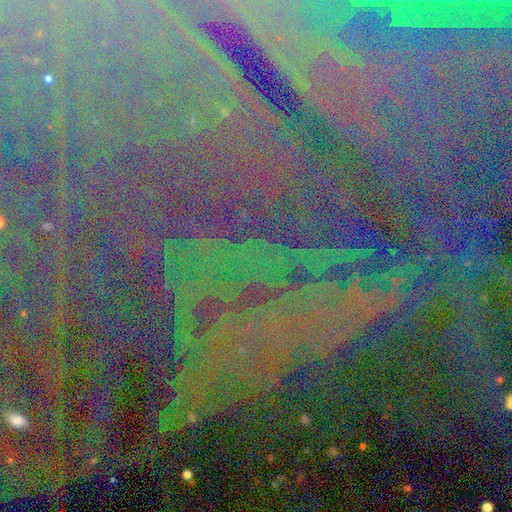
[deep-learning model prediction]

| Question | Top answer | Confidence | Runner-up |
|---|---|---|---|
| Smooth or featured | star or artifact | 86% | featured or disk (7%) |